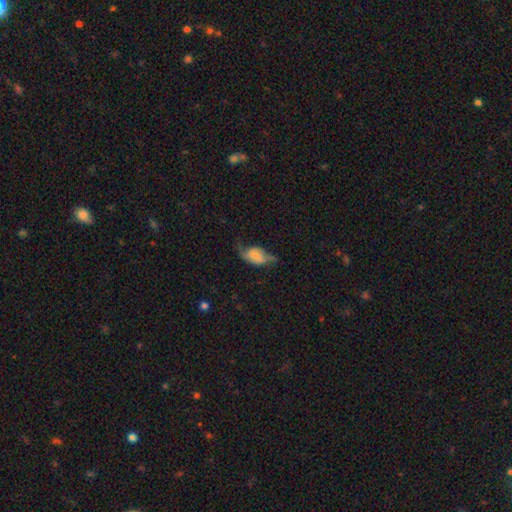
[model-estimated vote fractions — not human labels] smooth-or-featured: featured or disk: 52% | smooth: 40% | star or artifact: 9%
  disk-edge-on: no: 88% | yes: 12%
  merging: none: 41% | minor disturbance: 30% | major disturbance: 27% | merger: 3%